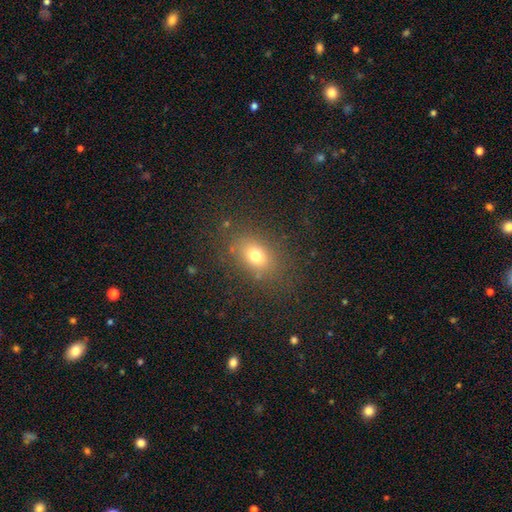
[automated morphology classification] smooth 73%, star or artifact 15%, featured or disk 11%. Down the decision tree: how rounded — in between (67%); merging — none (80%).